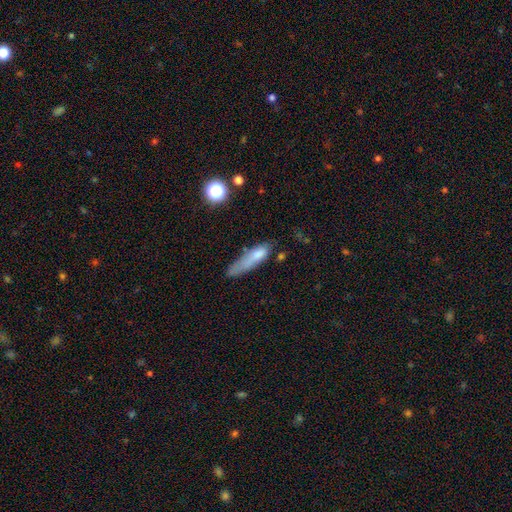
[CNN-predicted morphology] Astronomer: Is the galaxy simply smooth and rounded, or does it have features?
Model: smooth — 69%.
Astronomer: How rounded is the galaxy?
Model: cigar-shaped — 73%.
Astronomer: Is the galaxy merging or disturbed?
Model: none — 36% (runner-up: minor disturbance, 30%).